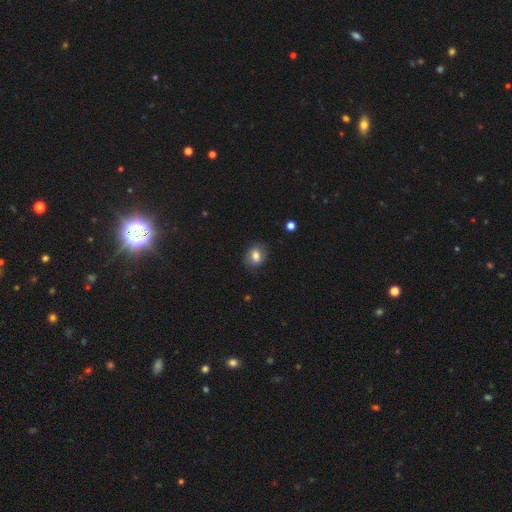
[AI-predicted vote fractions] Smooth or featured?
  - smooth: 67% *
  - featured or disk: 23%
  - star or artifact: 9%
How rounded?
  - in between: 53% *
  - round: 46%
  - cigar-shaped: 1%
Merging?
  - none: 76% *
  - minor disturbance: 18%
  - major disturbance: 5%
  - merger: 1%